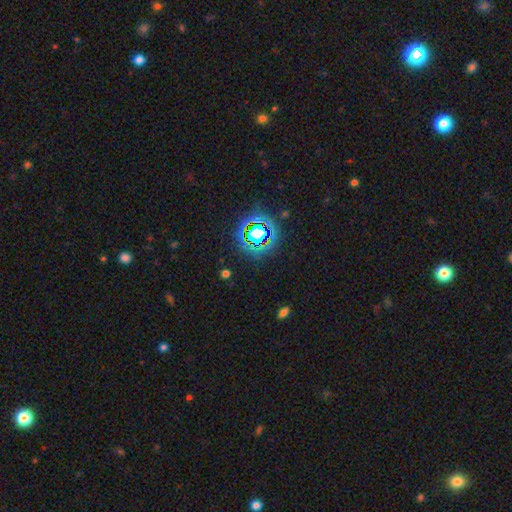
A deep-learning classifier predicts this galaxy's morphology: This appears to be a star or artifact, not a galaxy (78%).